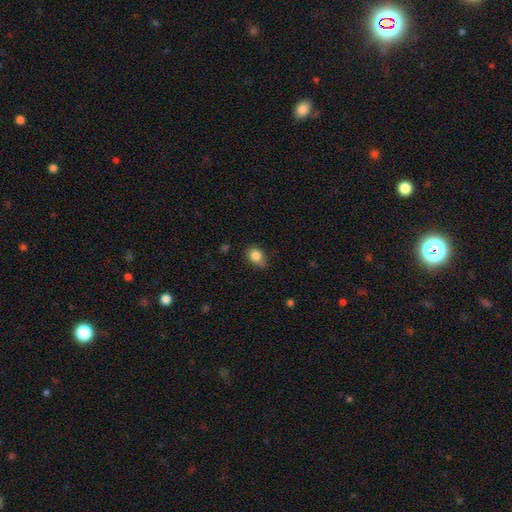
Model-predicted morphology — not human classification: Q: Smooth or featured?
A: smooth (85%); runner-up: star or artifact (9%)
Q: How rounded?
A: in between (51%); runner-up: round (48%)
Q: Merging?
A: none (66%); runner-up: minor disturbance (27%)